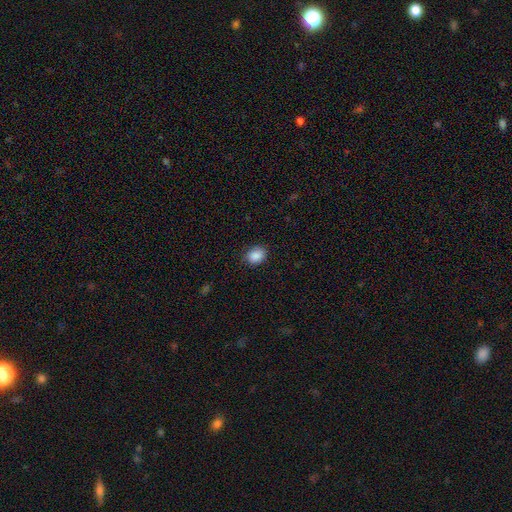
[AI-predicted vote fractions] A smooth galaxy with no disk features (88%) that is in between round and cigar-shaped (55%). Merging: none (83%).